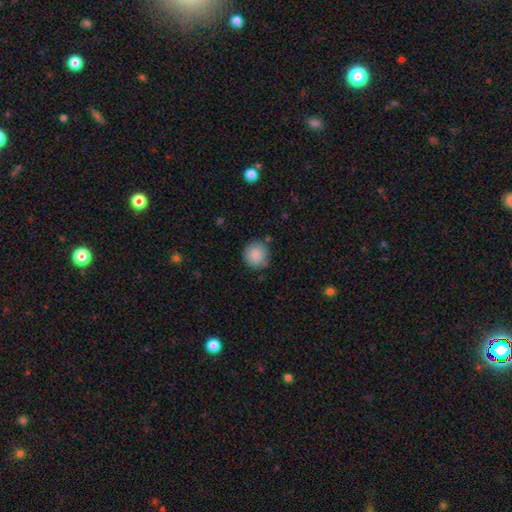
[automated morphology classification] Smooth or featured? Predicted: smooth (p=0.87). How rounded? Predicted: round (p=0.92). Merging? Predicted: none (p=0.82).